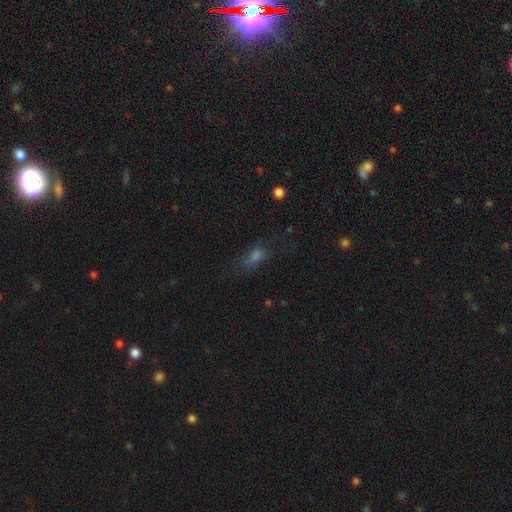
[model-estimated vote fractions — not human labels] Overall: smooth (58%; star or artifact 24%). How rounded: in between (62%; cigar-shaped 27%). Merging: none (57%; minor disturbance 22%).